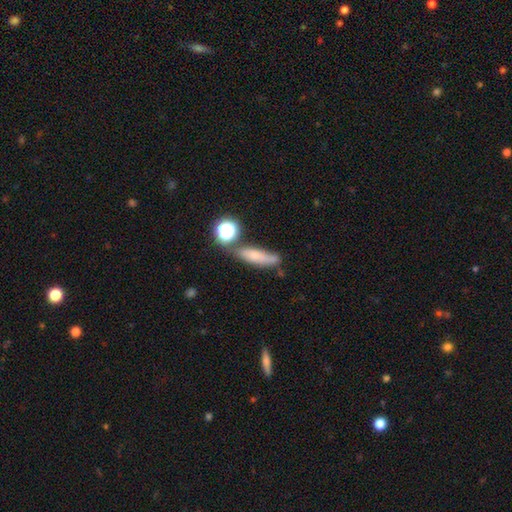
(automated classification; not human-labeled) smooth_or_featured: smooth (p=0.65) [alt: featured or disk p=0.21]
how_rounded: cigar-shaped (p=0.60) [alt: in between p=0.31]
merging: none (p=0.58) [alt: minor disturbance p=0.20]